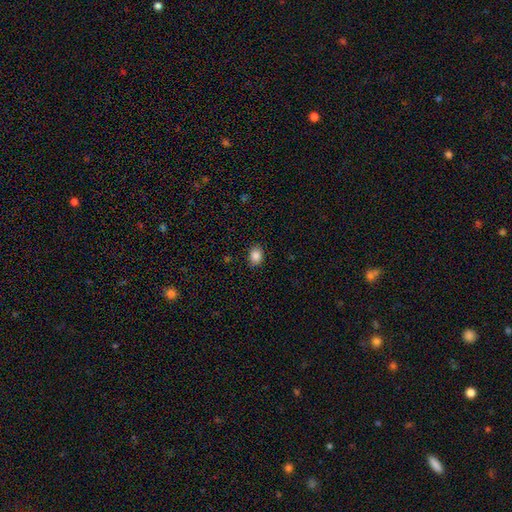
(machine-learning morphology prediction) Smooth or featured? smooth (87%)
How rounded? in between (55%)
Merging? none (87%)